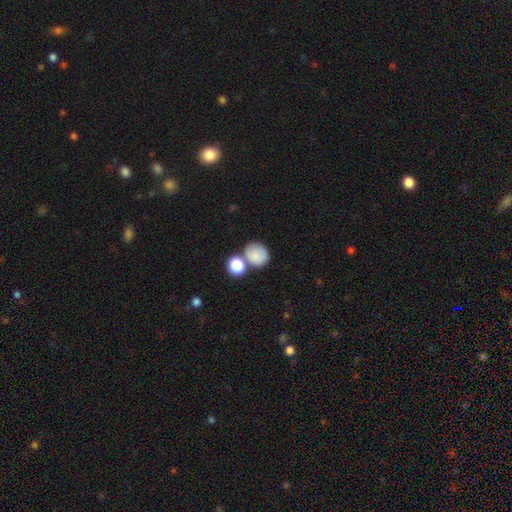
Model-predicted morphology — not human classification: smooth_or_featured: smooth (p=0.79) [alt: featured or disk p=0.11]
how_rounded: round (p=0.75) [alt: in between p=0.24]
merging: none (p=0.52) [alt: merger p=0.28]